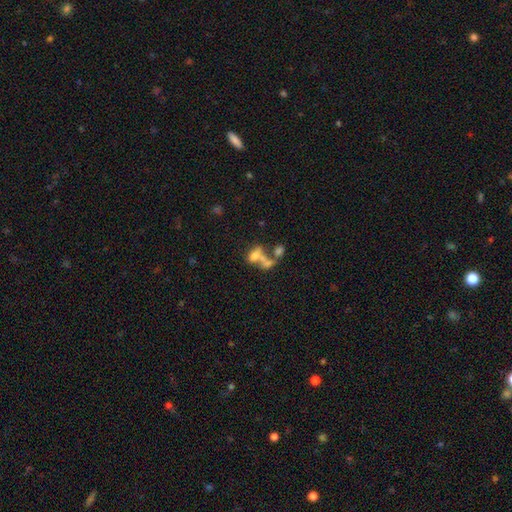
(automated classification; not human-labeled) Morphology: type=smooth (50%); roundness=in between (70%); merging=merger (57%).